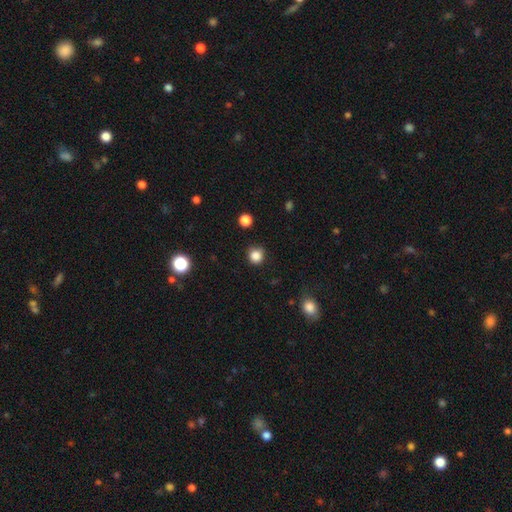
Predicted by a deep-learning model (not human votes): smooth 84%, star or artifact 12%, featured or disk 3%. Down the decision tree: how rounded — round (90%); merging — none (84%).